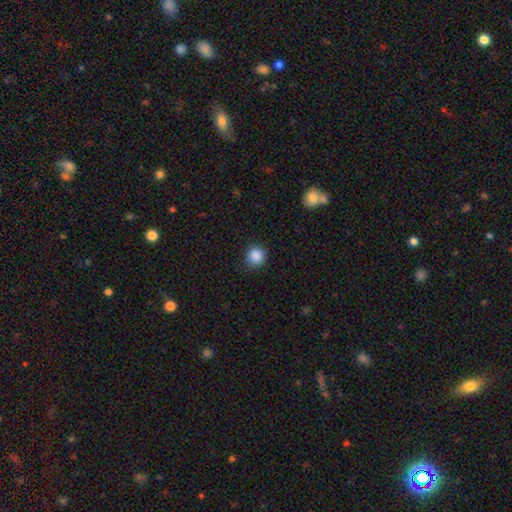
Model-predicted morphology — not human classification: This is clearly a smooth galaxy (88%). How rounded: clearly round (90%). Merging: clearly none (87%).